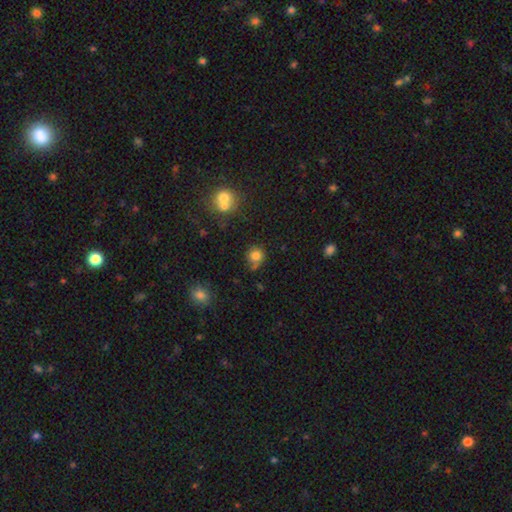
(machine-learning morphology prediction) Smooth or featured: smooth — 80% (star or artifact — 13%)
How rounded: round — 86% (in between — 13%)
Merging: none — 61% (minor disturbance — 20%)